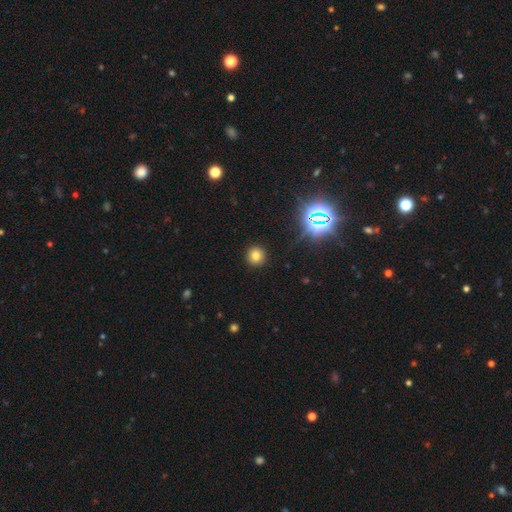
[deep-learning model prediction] The model was most divided on "smooth or featured": smooth: 75%, star or artifact: 18%, featured or disk: 7%. More confident: how rounded — round (92%); merging — none (92%).